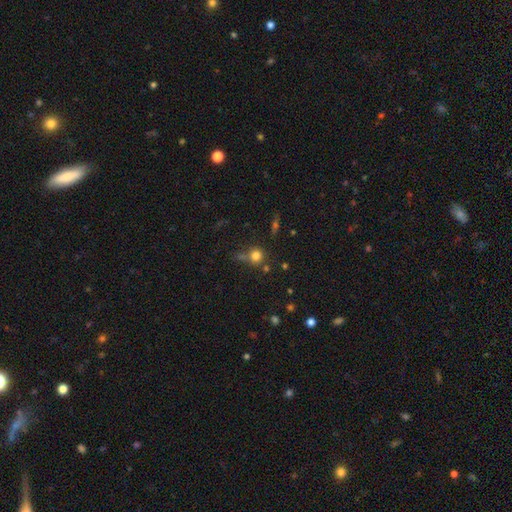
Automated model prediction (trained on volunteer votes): A smooth galaxy with no disk features (75%) that is round (89%).

Vote fractions:
- Smooth or featured? smooth: 75% / star or artifact: 16% / featured or disk: 9%
- How rounded? round: 89% / in between: 10% / cigar-shaped: 2%
- Merging? none: 62% / merger: 18% / minor disturbance: 14% / major disturbance: 7%